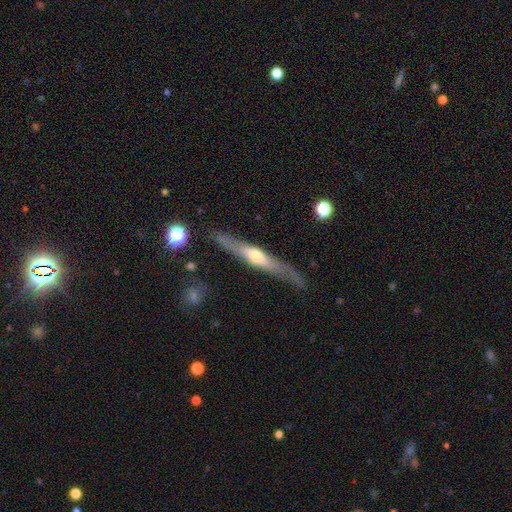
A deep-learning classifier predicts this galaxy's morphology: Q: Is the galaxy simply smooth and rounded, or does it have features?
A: featured or disk — 67%.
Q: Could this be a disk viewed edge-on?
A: yes — 87%.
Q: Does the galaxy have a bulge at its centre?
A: rounded — 77%.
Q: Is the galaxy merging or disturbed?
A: none — 79%.